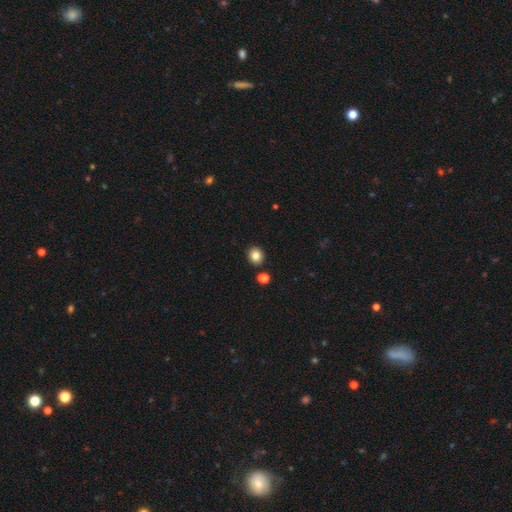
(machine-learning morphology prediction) Smooth or featured? smooth (83%)
How rounded? round (75%)
Merging? none (87%)